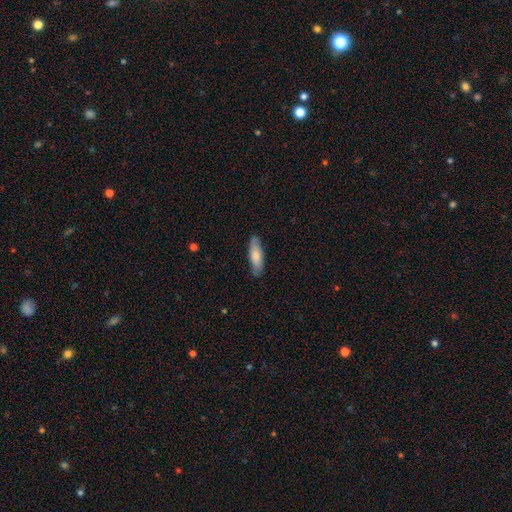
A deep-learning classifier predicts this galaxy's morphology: Smooth or featured? Predicted: smooth (p=0.76). How rounded? Predicted: cigar-shaped (p=0.51). Merging? Predicted: none (p=0.82).